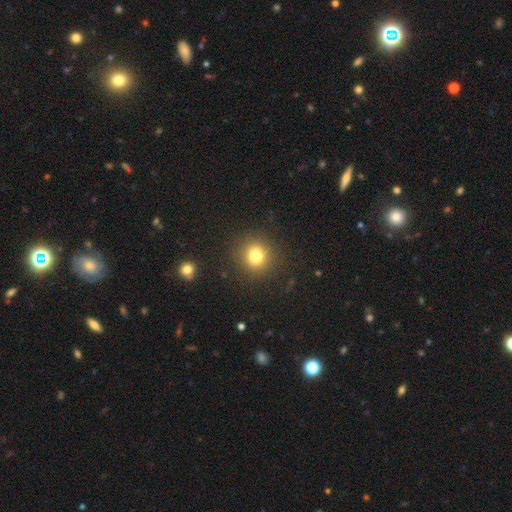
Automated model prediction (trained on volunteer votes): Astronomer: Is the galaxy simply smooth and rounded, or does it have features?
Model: smooth — 78%.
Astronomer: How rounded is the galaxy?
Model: round — 90%.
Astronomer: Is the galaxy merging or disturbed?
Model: none — 89%.